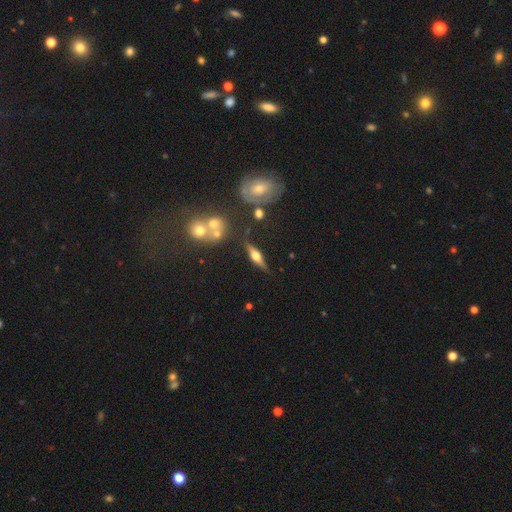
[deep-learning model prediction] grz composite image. It shows a featured or disk galaxy (71%) viewed edge-on (94%) with a rounded central bulge (92%). Merging: none (81%).